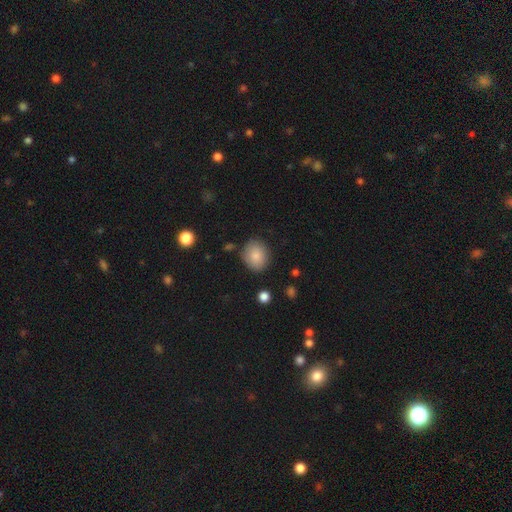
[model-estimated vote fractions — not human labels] Overall: smooth (86%). How rounded: round (58%; in between 41%). Merging: none (82%).